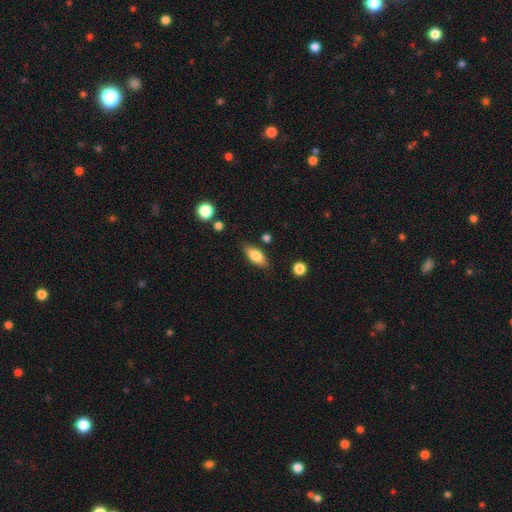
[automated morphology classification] smooth 80%, featured or disk 12%, star or artifact 7%. Down the decision tree: how rounded — in between (83%); merging — none (82%).